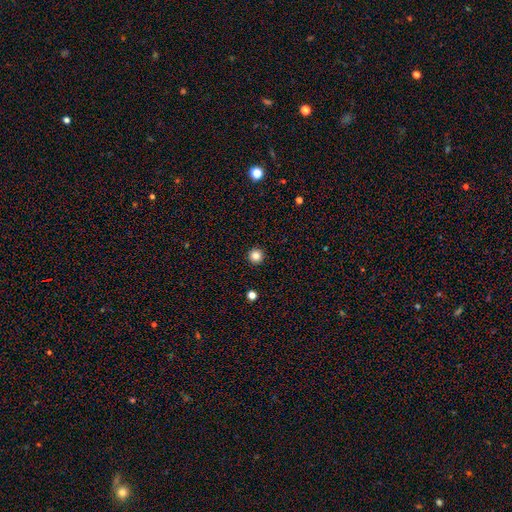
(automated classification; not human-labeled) Smooth or featured? smooth (83%)
How rounded? round (97%)
Merging? none (94%)